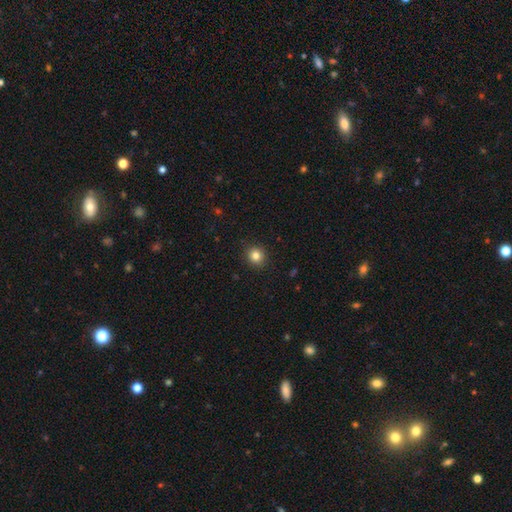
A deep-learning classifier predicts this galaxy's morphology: smooth-or-featured: smooth: 83% | star or artifact: 11% | featured or disk: 6%
  how-rounded: round: 89% | in between: 11% | cigar-shaped: 1%
  merging: none: 92% | minor disturbance: 6% | major disturbance: 2% | merger: 1%